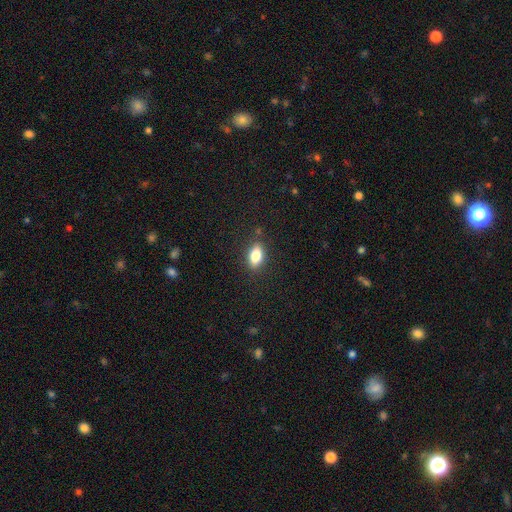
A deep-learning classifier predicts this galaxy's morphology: smooth-or-featured: smooth: 82% | featured or disk: 10% | star or artifact: 9%
  how-rounded: in between: 87% | round: 7% | cigar-shaped: 6%
  merging: none: 85% | minor disturbance: 10% | major disturbance: 3% | merger: 2%